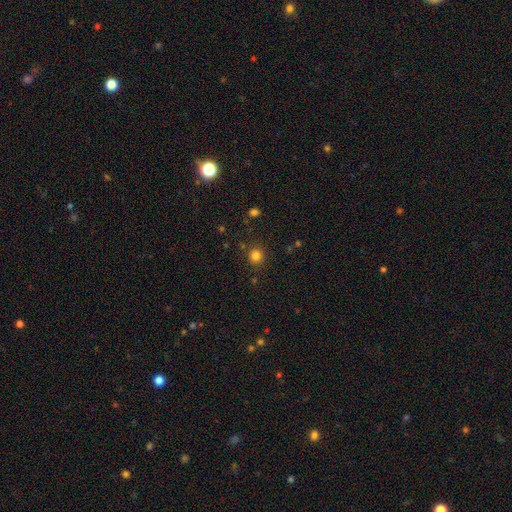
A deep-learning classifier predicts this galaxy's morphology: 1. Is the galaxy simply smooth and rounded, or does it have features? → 81% smooth, 14% star or artifact, 5% featured or disk.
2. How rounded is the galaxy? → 91% round, 8% in between, 1% cigar-shaped.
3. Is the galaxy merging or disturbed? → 87% none, 8% minor disturbance, 3% major disturbance, 2% merger.